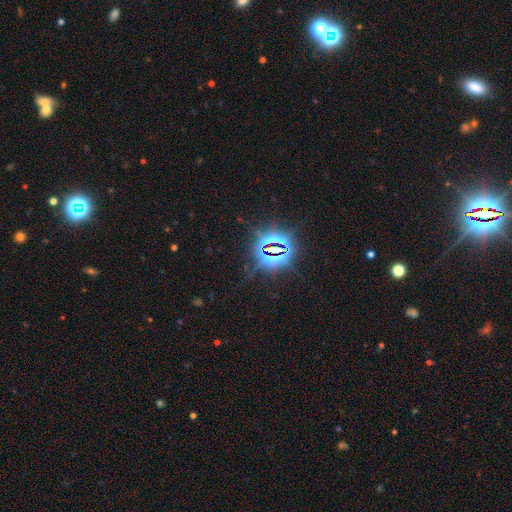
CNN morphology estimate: Smooth or featured: star or artifact — 78% (smooth — 14%)